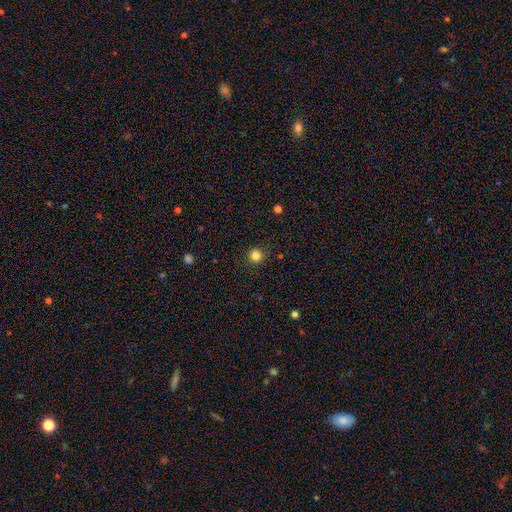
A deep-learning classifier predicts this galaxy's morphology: Smooth or featured: smooth — 83% (star or artifact — 13%)
How rounded: round — 93% (in between — 6%)
Merging: none — 91% (minor disturbance — 6%)